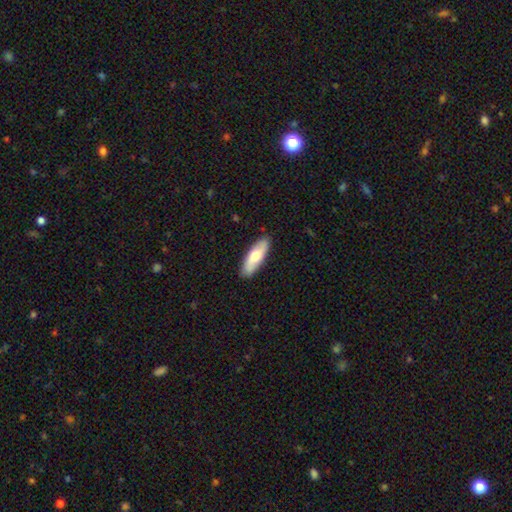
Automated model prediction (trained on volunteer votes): Overall: smooth (64%; featured or disk 31%). How rounded: in between (60%; cigar-shaped 38%). Merging: none (88%).